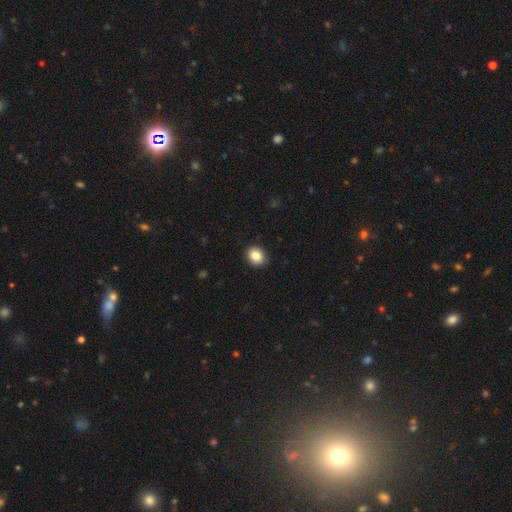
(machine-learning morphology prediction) smooth 86%, star or artifact 9%, featured or disk 5%. Down the decision tree: how rounded — round (65%); merging — none (91%).